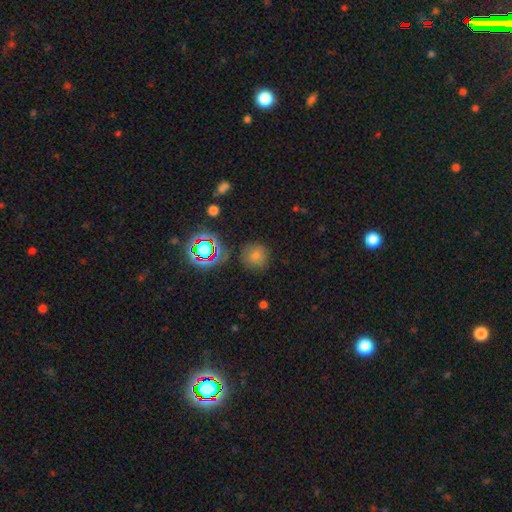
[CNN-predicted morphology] smooth 69%, star or artifact 21%, featured or disk 10%. Down the decision tree: how rounded — round (91%); merging — none (80%).